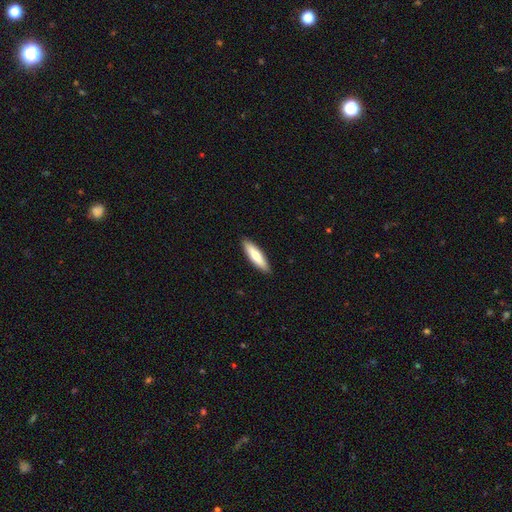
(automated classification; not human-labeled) The model was most divided on "how rounded": cigar-shaped: 68%, in between: 30%, round: 1%. More confident: merging — none (90%); smooth or featured — smooth (73%).